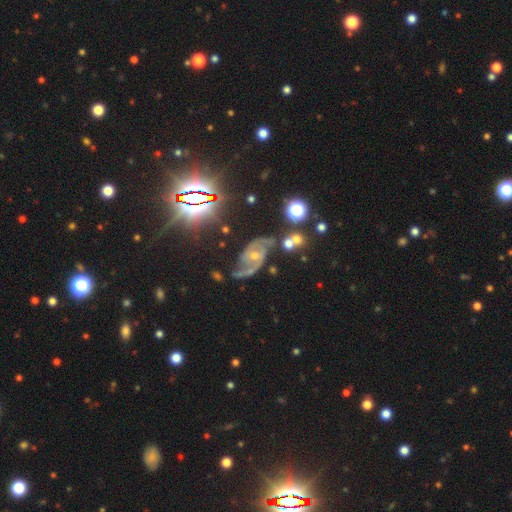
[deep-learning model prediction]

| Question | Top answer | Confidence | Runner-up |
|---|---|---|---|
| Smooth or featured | featured or disk | 83% | star or artifact (9%) |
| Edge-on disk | no | 96% | yes (4%) |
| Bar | no | 44% | weak (42%) |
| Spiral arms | yes | 94% | no (6%) |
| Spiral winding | medium | 48% | loose (36%) |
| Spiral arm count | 2 | 89% | can't tell (5%) |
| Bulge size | moderate | 47% | tied: small (47%) |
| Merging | none | 53% | minor disturbance (22%) |